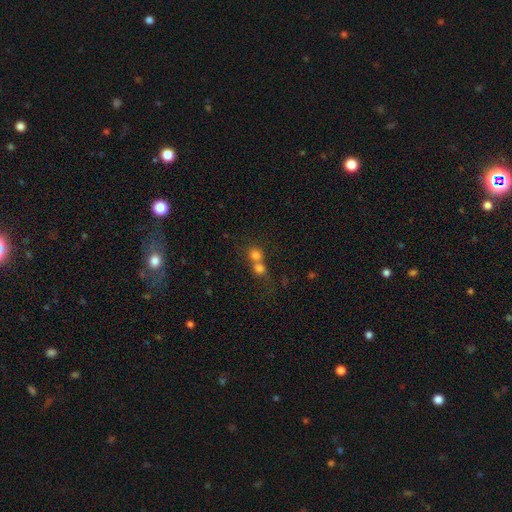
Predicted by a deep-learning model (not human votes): Q: Smooth or featured?
A: smooth (75%); runner-up: star or artifact (13%)
Q: How rounded?
A: round (79%); runner-up: in between (19%)
Q: Merging?
A: merger (63%); runner-up: none (28%)